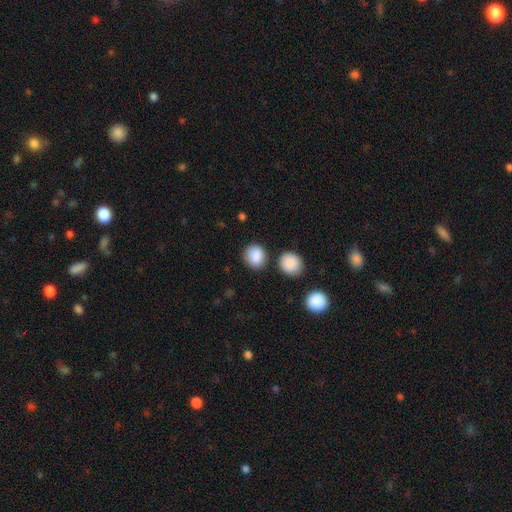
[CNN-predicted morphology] Smooth or featured?
  - smooth: 88% *
  - star or artifact: 8%
  - featured or disk: 4%
How rounded?
  - round: 71% *
  - in between: 28%
  - cigar-shaped: 1%
Merging?
  - none: 77% *
  - minor disturbance: 12%
  - merger: 7%
  - major disturbance: 3%